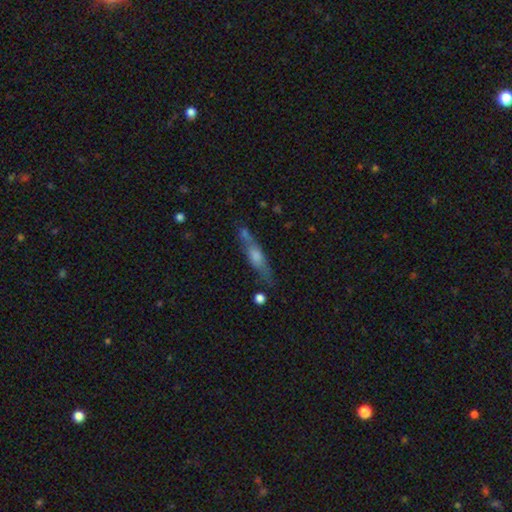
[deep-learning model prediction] A featured or disk galaxy (52%) viewed edge-on (85%).

Vote fractions:
- Smooth or featured? featured or disk: 52% / smooth: 39% / star or artifact: 9%
- Edge-on disk? yes: 85% / no: 15%
- Merging? none: 67% / minor disturbance: 17% / merger: 10% / major disturbance: 5%